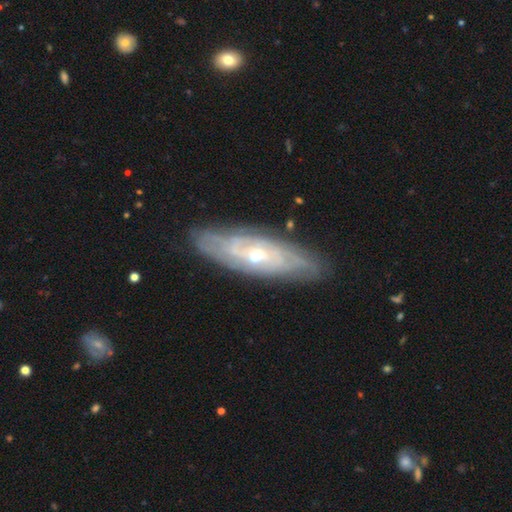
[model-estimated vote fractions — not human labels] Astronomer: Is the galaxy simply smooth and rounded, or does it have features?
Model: featured or disk — 82%.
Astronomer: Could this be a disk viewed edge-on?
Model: no — 81%.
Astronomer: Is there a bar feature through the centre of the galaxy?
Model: no — 61%.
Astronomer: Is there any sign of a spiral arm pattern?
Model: yes — 89%.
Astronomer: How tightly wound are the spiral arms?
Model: tight — 72%.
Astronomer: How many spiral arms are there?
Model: can't tell — 54%.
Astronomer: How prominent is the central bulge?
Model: small — 53% (runner-up: moderate, 44%).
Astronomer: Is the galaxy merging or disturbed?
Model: none — 83%.